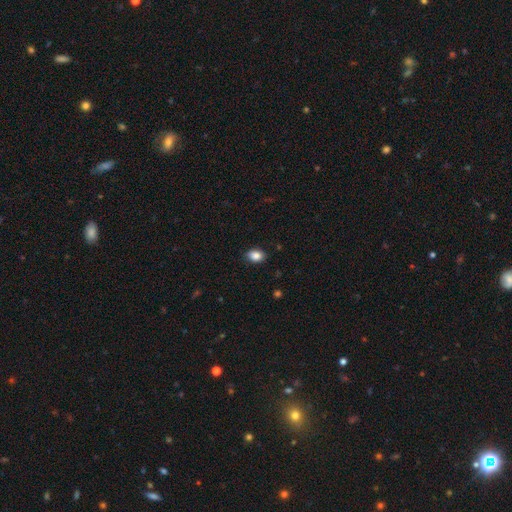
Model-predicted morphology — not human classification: Overall: smooth (86%). How rounded: in between (73%). Merging: none (85%).